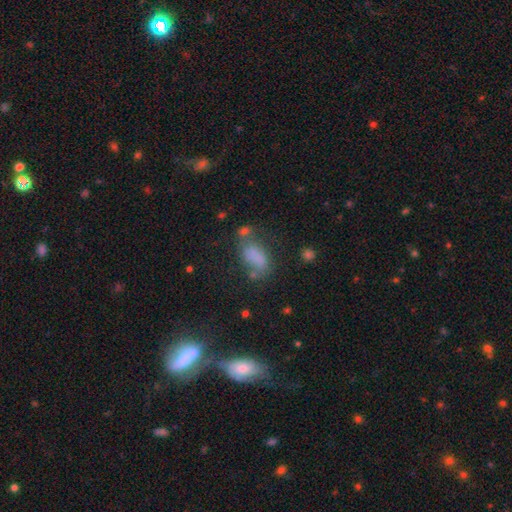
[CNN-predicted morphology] This appears to be a smooth galaxy with no disk features (68%) that is in between round and cigar-shaped (86%). Merging: none (44%).